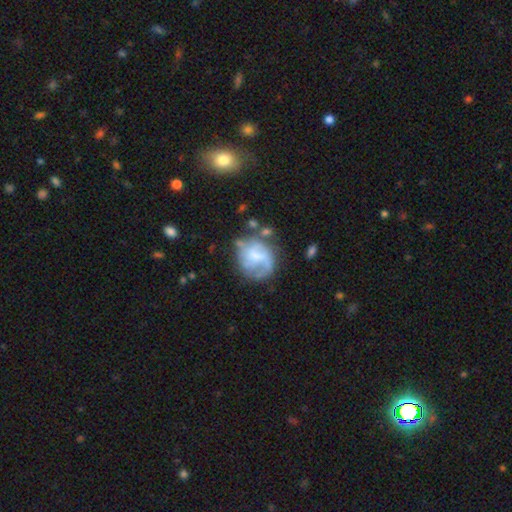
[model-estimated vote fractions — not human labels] Smooth or featured: featured or disk — 53% (smooth — 39%)
Edge-on disk: no — 98% (yes — 2%)
Bar: no — 58% (weak — 34%)
Spiral arms: yes — 55% (no — 45%)
Bulge size: none — 31% (tied with small — 31%)
Merging: none — 45% (major disturbance — 24%)